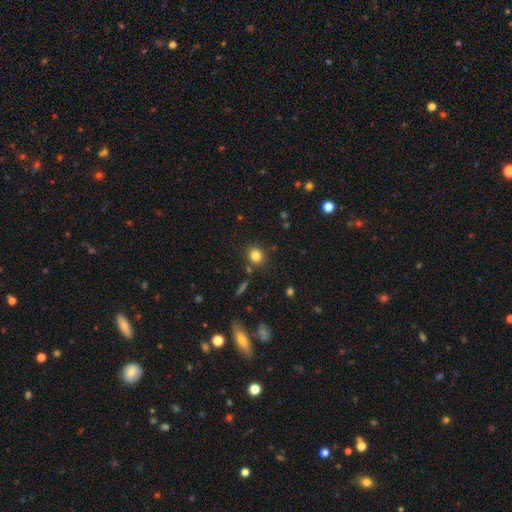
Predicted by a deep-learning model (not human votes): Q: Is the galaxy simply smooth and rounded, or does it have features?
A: smooth — 81%.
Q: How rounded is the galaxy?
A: round — 82%.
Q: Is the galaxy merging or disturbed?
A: none — 83%.